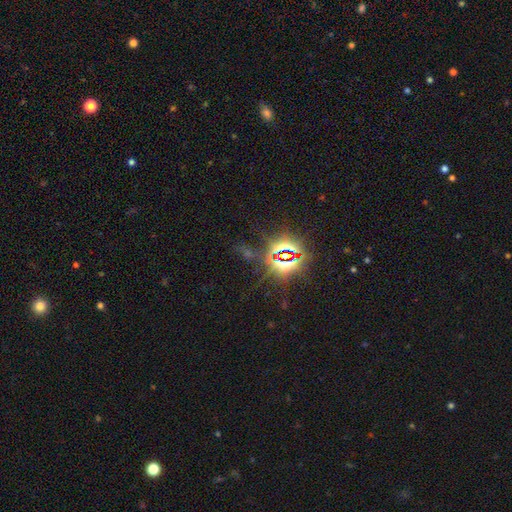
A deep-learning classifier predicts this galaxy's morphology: Smooth or featured: star or artifact — 83% (smooth — 10%)